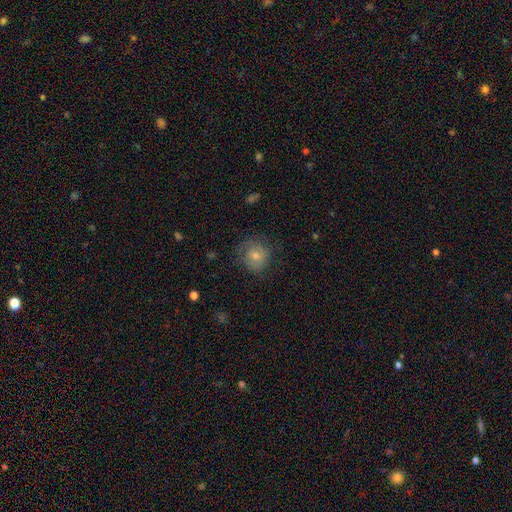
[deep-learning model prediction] Morphology: type=smooth (57%); roundness=round (87%); merging=none (75%).